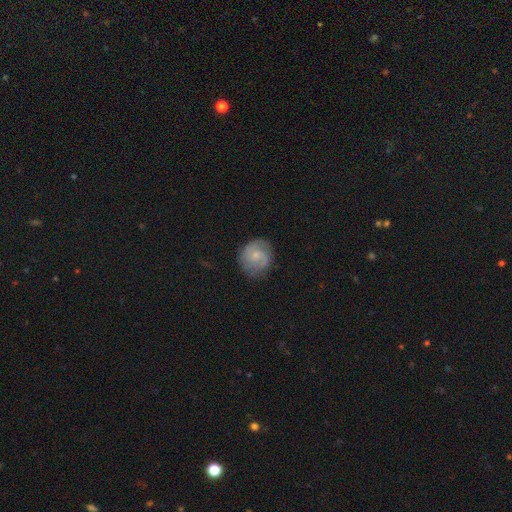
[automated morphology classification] type=featured or disk (49%); merging=none (73%).